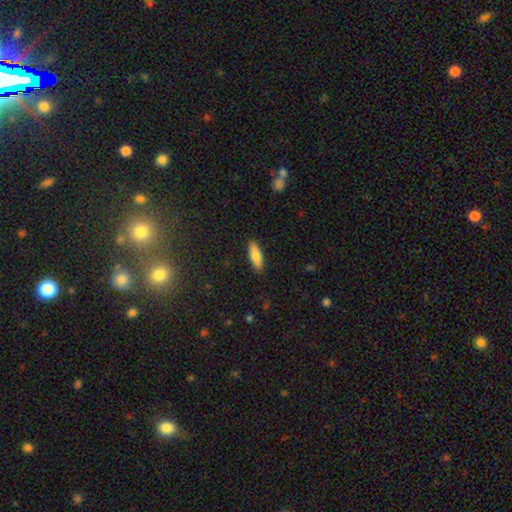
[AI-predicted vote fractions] Smooth or featured: smooth — 82% (featured or disk — 12%)
How rounded: in between — 56% (cigar-shaped — 42%)
Merging: none — 88% (minor disturbance — 9%)